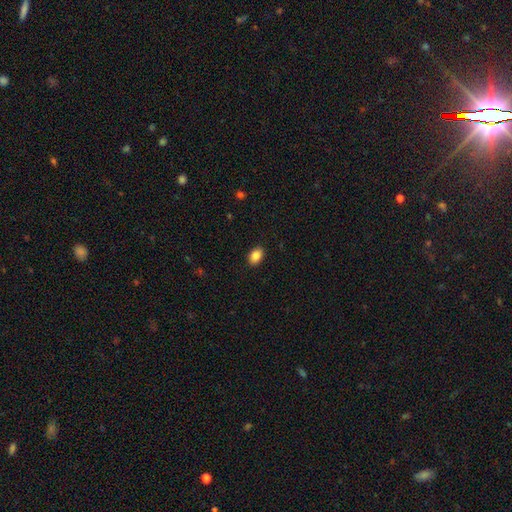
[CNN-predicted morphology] The model was most divided on "how rounded": in between: 83%, round: 16%, cigar-shaped: 1%. More confident: merging — none (90%); smooth or featured — smooth (86%).